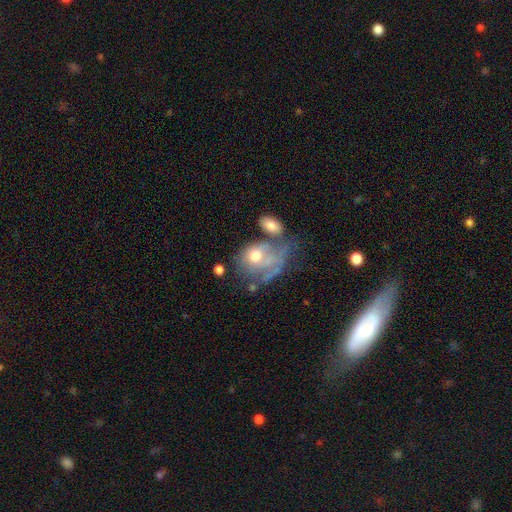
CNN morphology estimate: Overall: smooth (53%; featured or disk 38%). How rounded: in between (58%; round 41%). Merging: major disturbance (38%; merger 28%).